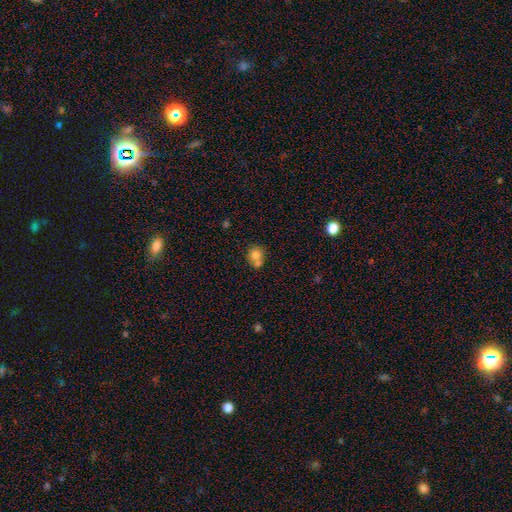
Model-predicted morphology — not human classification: smooth 75%, featured or disk 14%, star or artifact 11%. Down the decision tree: how rounded — round (75%); merging — merger (45%).